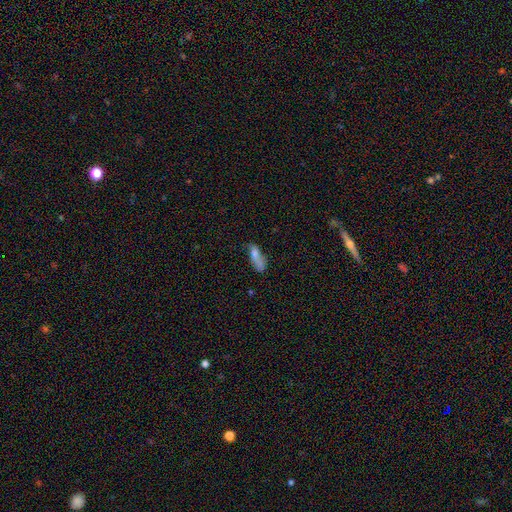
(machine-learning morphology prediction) Q: Smooth or featured?
A: smooth (71%); runner-up: featured or disk (18%)
Q: How rounded?
A: in between (68%); runner-up: cigar-shaped (28%)
Q: Merging?
A: none (31%); runner-up: minor disturbance (26%)